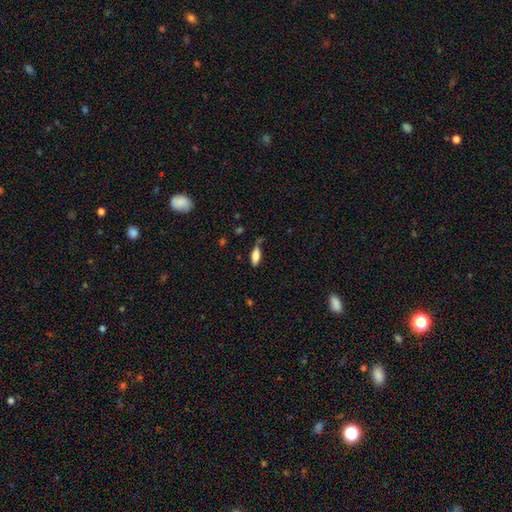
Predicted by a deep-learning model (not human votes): A smooth galaxy with no disk features (80%) that is in between round and cigar-shaped (69%). Merging: none (63%).